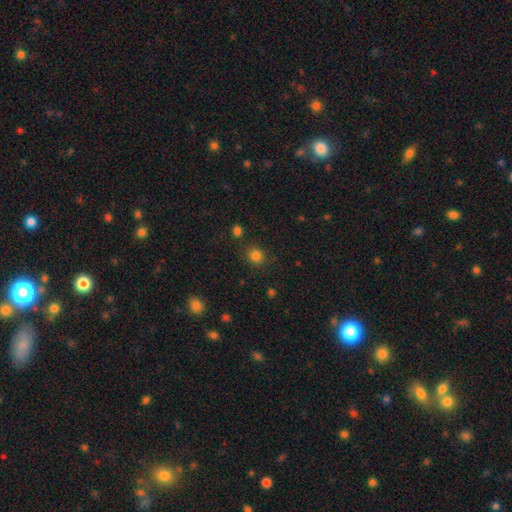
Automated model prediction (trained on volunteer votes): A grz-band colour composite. It shows a smooth galaxy with no disk features (82%) that is round (82%). Merging: none (83%).